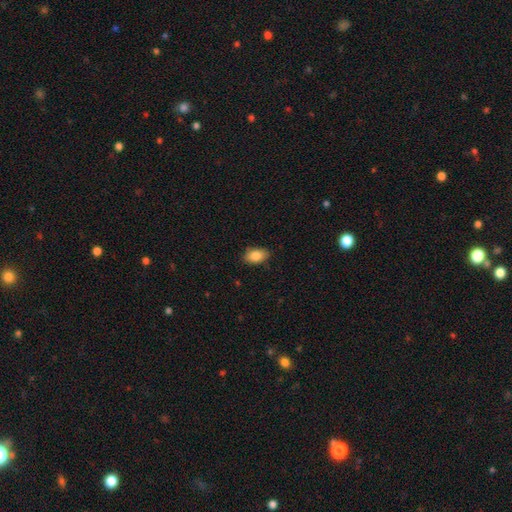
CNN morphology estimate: Smooth or featured? smooth (85%)
How rounded? in between (89%)
Merging? none (84%)